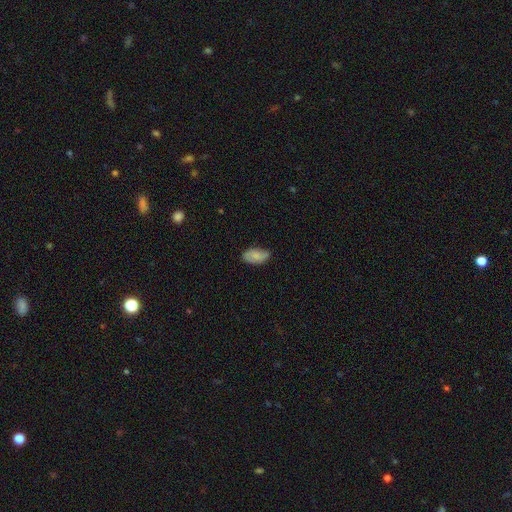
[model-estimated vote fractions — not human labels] The model was most divided on "merging": none: 75%, minor disturbance: 21%, major disturbance: 3%, merger: 1%. More confident: how rounded — in between (94%); smooth or featured — smooth (74%).